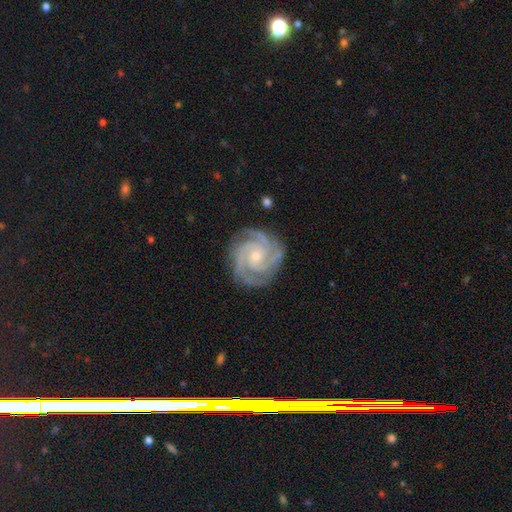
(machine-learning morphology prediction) type=featured or disk (93%); edge-on=no (98%); bar=no (71%); spiral arms=yes (99%); winding=tight (74%); arm count=3 (52%); bulge=small (69%); merging=none (83%).